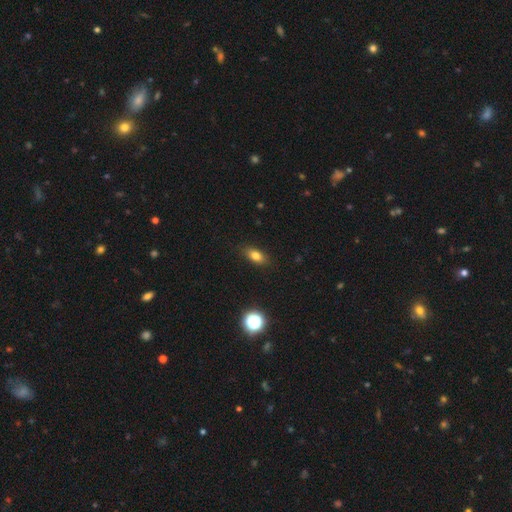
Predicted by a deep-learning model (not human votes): smooth-or-featured: smooth: 79% | star or artifact: 12% | featured or disk: 10%
  how-rounded: in between: 81% | round: 11% | cigar-shaped: 7%
  merging: none: 86% | minor disturbance: 10% | major disturbance: 2% | merger: 1%